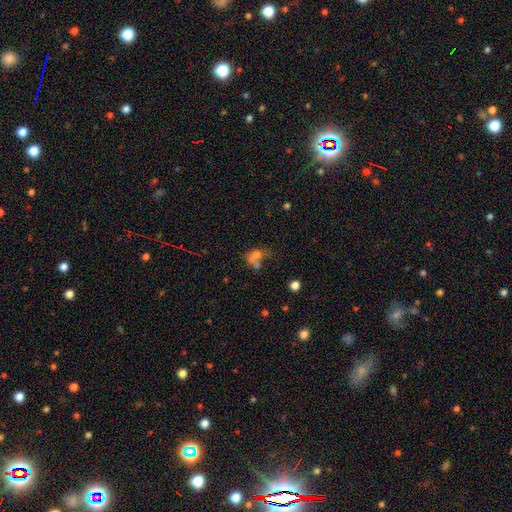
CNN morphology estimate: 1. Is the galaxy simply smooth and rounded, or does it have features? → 60% smooth, 23% featured or disk, 18% star or artifact.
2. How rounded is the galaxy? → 58% in between, 39% round, 3% cigar-shaped.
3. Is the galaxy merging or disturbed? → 47% merger, 24% none, 17% major disturbance, 12% minor disturbance.